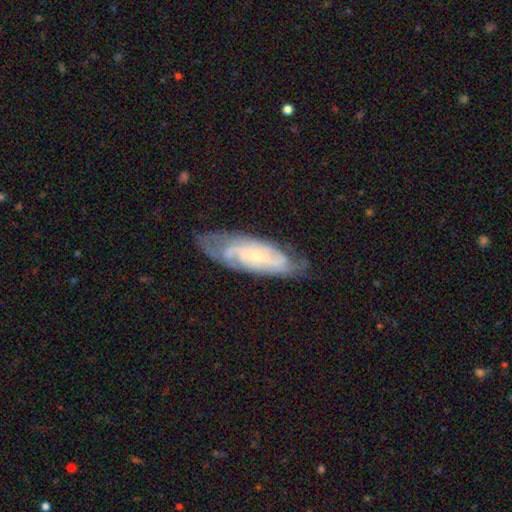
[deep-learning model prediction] smooth-or-featured: featured or disk: 81% | smooth: 13% | star or artifact: 6%
  disk-edge-on: no: 89% | yes: 11%
    bar: no: 63% | weak: 28% | strong: 9%
    has-spiral-arms: yes: 94% | no: 6%
      spiral-winding: tight: 60% | medium: 32% | loose: 8%
      spiral-arm-count: can't tell: 34% | 2: 31% | 3: 18% | 4: 9% | 1: 4% | more than 4: 4%
    bulge-size: small: 77% | moderate: 18% | none: 2% | large: 1% | dominant: 1%
  merging: none: 73% | minor disturbance: 20% | major disturbance: 6% | merger: 1%